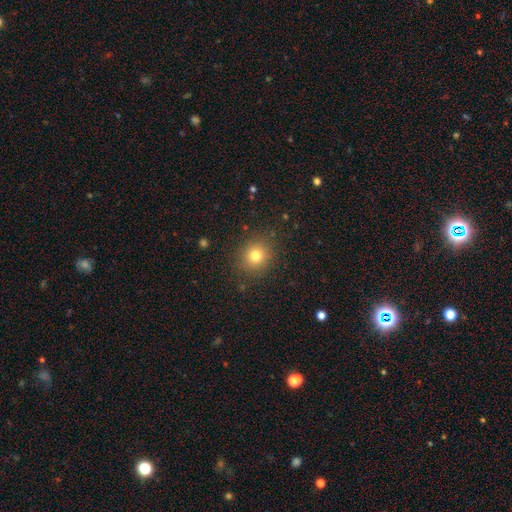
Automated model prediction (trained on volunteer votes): Overall: smooth (77%). How rounded: round (83%). Merging: none (87%).